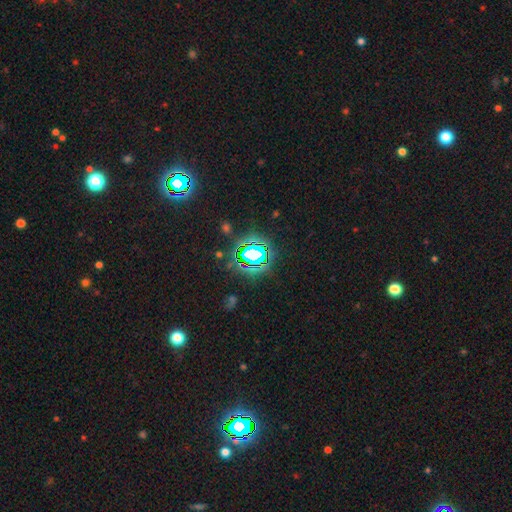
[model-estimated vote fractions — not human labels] This is likely a star or artifact rather than a galaxy (76%).